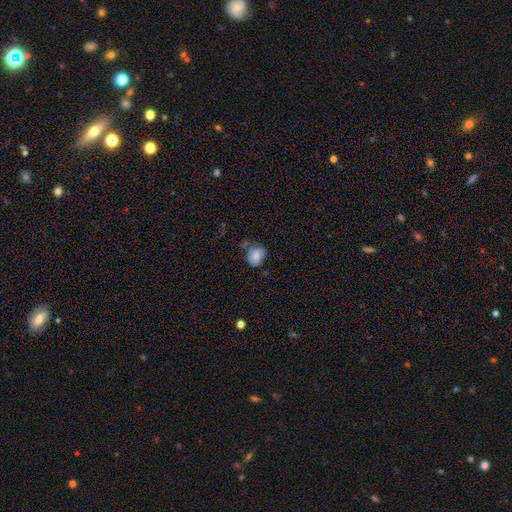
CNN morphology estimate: Smooth or featured: smooth — 72% (featured or disk — 19%)
How rounded: in between — 51% (round — 48%)
Merging: none — 47% (minor disturbance — 31%)